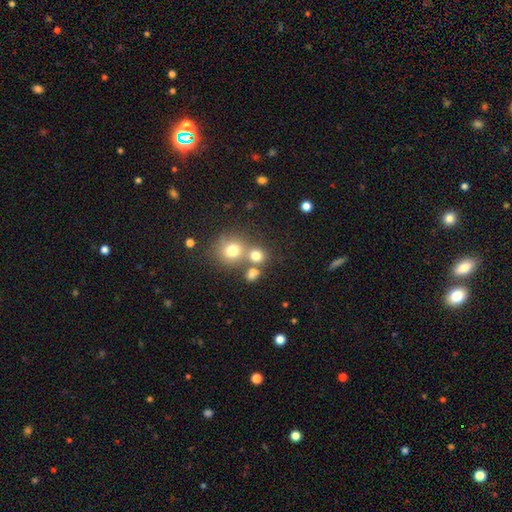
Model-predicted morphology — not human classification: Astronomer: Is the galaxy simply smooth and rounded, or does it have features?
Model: smooth — 74%.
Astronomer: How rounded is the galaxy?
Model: round — 80%.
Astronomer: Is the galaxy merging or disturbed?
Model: none — 54% (runner-up: merger, 32%).